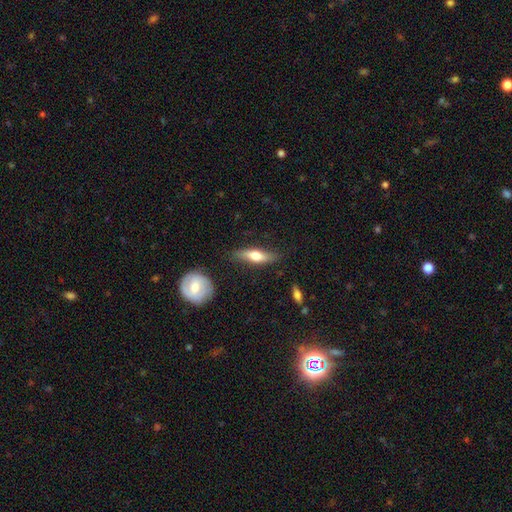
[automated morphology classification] Q: Smooth or featured?
A: smooth (54%); runner-up: featured or disk (40%)
Q: How rounded?
A: cigar-shaped (63%); runner-up: in between (34%)
Q: Merging?
A: none (79%); runner-up: minor disturbance (15%)